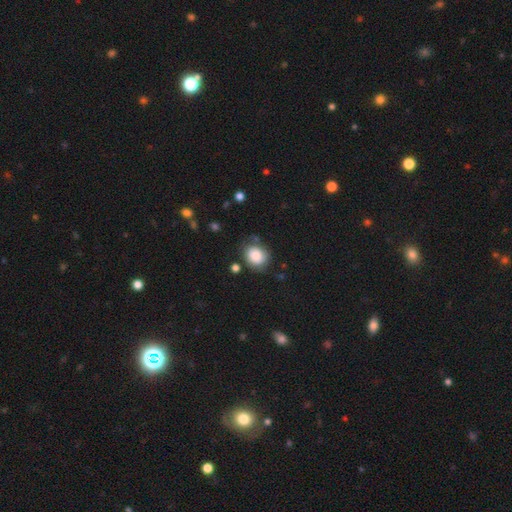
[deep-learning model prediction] Smooth or featured? smooth (80%)
How rounded? round (70%)
Merging? none (69%)